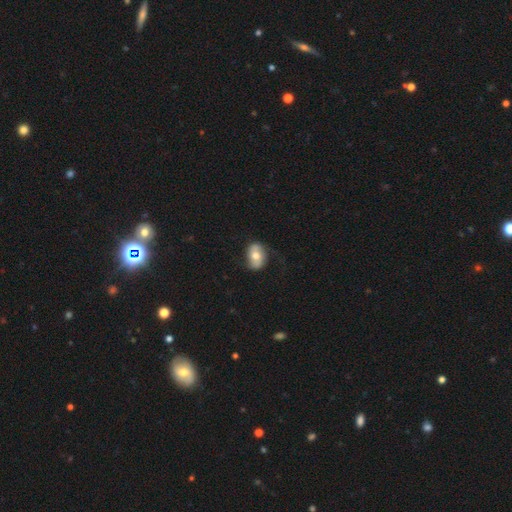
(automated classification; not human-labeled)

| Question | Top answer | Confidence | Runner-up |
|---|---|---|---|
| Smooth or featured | smooth | 48% | featured or disk (45%) |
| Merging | none | 69% | minor disturbance (21%) |